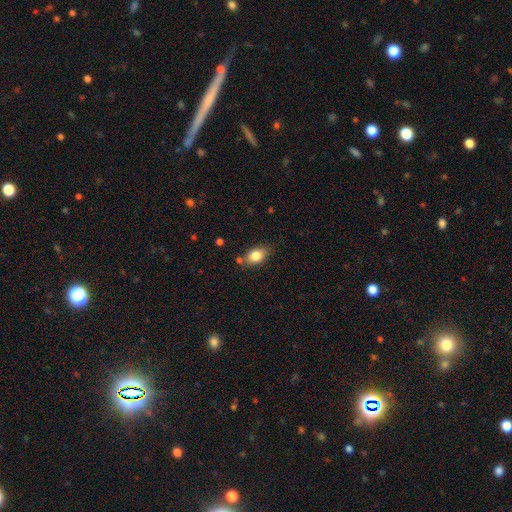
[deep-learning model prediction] A smooth galaxy with no disk features (83%) that is in between round and cigar-shaped (76%).

Vote fractions:
- Smooth or featured? smooth: 83% / star or artifact: 9% / featured or disk: 8%
- How rounded? in between: 76% / round: 22% / cigar-shaped: 2%
- Merging? none: 71% / minor disturbance: 18% / merger: 7% / major disturbance: 4%